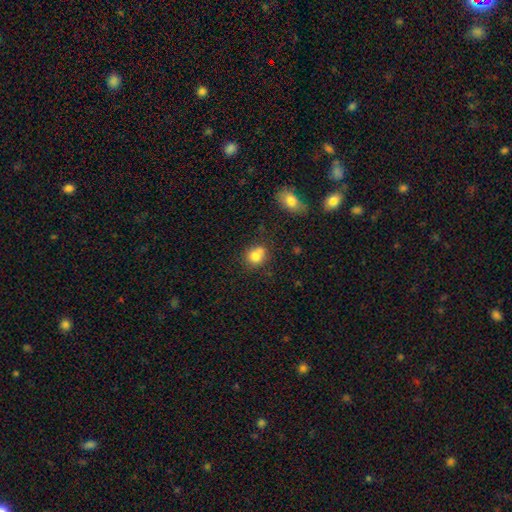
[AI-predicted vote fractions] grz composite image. It shows a smooth galaxy with no disk features (79%) that is round (73%). Merging: none (53%).